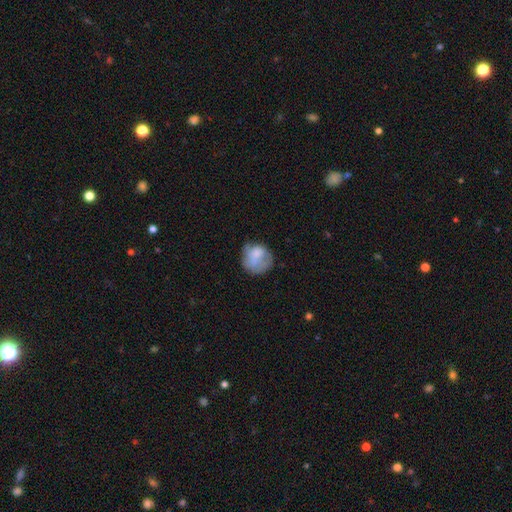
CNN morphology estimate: smooth-or-featured: smooth: 66% | featured or disk: 26% | star or artifact: 8%
  how-rounded: round: 76% | in between: 23% | cigar-shaped: 1%
  merging: none: 48% | minor disturbance: 29% | major disturbance: 20% | merger: 3%